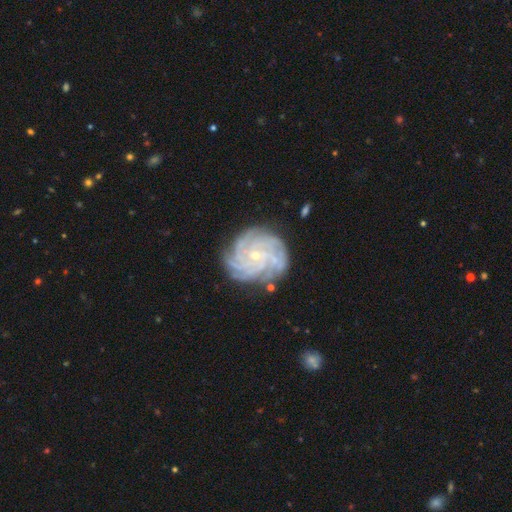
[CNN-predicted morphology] Q: Smooth or featured?
A: featured or disk (85%); runner-up: star or artifact (8%)
Q: Edge-on disk?
A: no (98%); runner-up: yes (2%)
Q: Bar?
A: no (69%); runner-up: weak (24%)
Q: Spiral arms?
A: yes (98%); runner-up: no (2%)
Q: Spiral winding?
A: tight (76%); runner-up: medium (19%)
Q: Spiral arm count?
A: more than 4 (36%); runner-up: 4 (25%)
Q: Bulge size?
A: small (80%); runner-up: moderate (17%)
Q: Merging?
A: none (81%); runner-up: minor disturbance (13%)